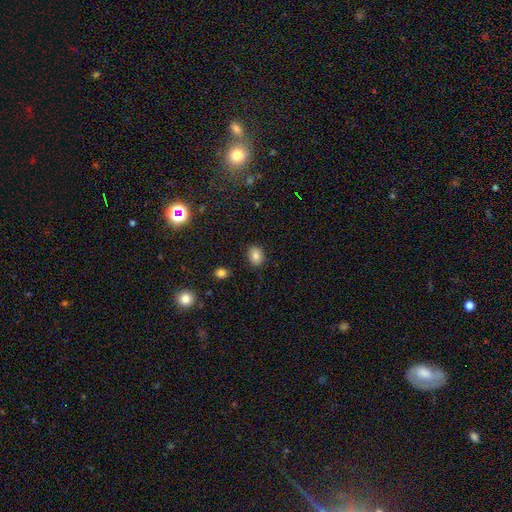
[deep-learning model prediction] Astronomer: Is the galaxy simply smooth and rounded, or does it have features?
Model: smooth — 81%.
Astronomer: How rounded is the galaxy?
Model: round — 50% (runner-up: in between, 49%).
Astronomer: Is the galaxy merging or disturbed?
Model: none — 87%.